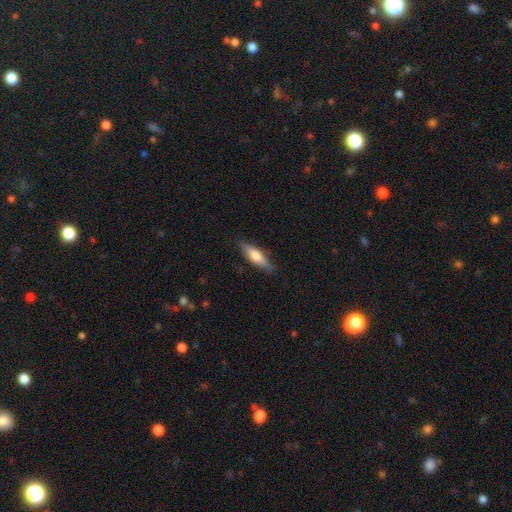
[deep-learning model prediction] Morphology: type=smooth (57%); roundness=cigar-shaped (69%); merging=none (85%).